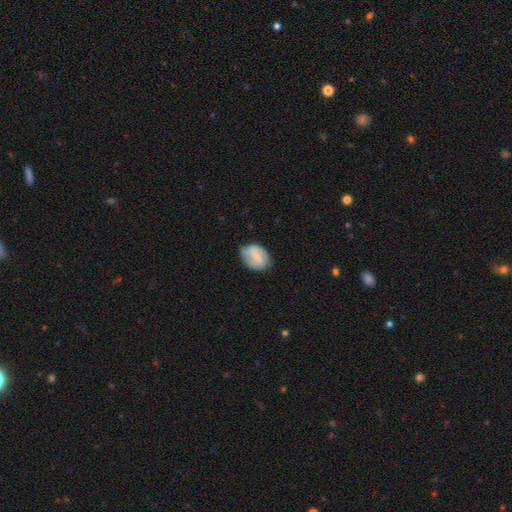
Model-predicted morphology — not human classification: smooth-or-featured: smooth: 68% | featured or disk: 25% | star or artifact: 7%
  how-rounded: in between: 72% | round: 27% | cigar-shaped: 1%
  merging: none: 53% | minor disturbance: 34% | major disturbance: 10% | merger: 3%